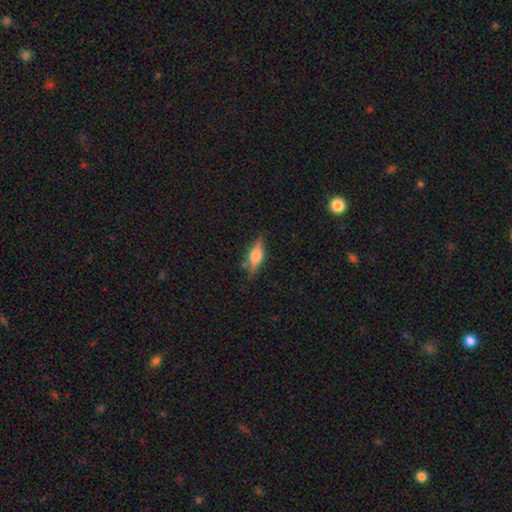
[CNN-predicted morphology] smooth_or_featured: smooth (p=0.52) [alt: featured or disk p=0.41]
how_rounded: in between (p=0.65) [alt: cigar-shaped p=0.31]
merging: none (p=0.77) [alt: minor disturbance p=0.17]